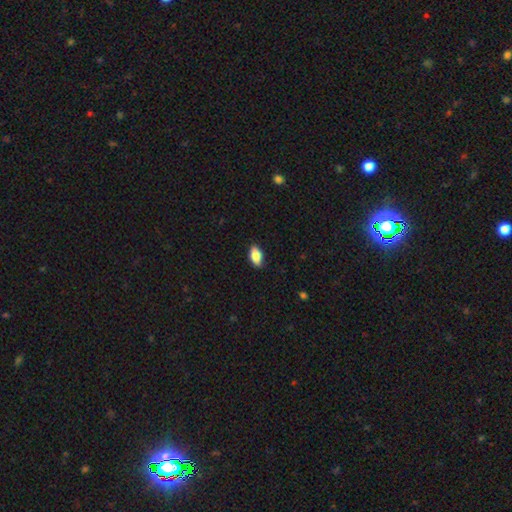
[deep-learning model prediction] Overall: smooth (82%). How rounded: in between (90%). Merging: none (87%).